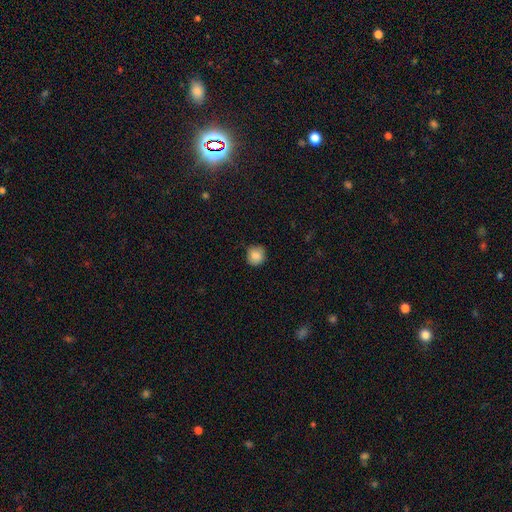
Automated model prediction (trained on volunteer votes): Smooth or featured? Predicted: smooth (p=0.85). How rounded? Predicted: round (p=0.89). Merging? Predicted: none (p=0.78).